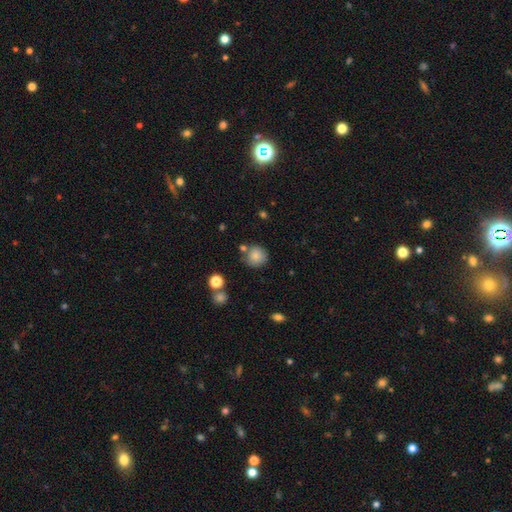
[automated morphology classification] smooth-or-featured: smooth: 82% | star or artifact: 10% | featured or disk: 7%
  how-rounded: round: 90% | in between: 9% | cigar-shaped: 1%
  merging: none: 73% | minor disturbance: 14% | merger: 9% | major disturbance: 4%